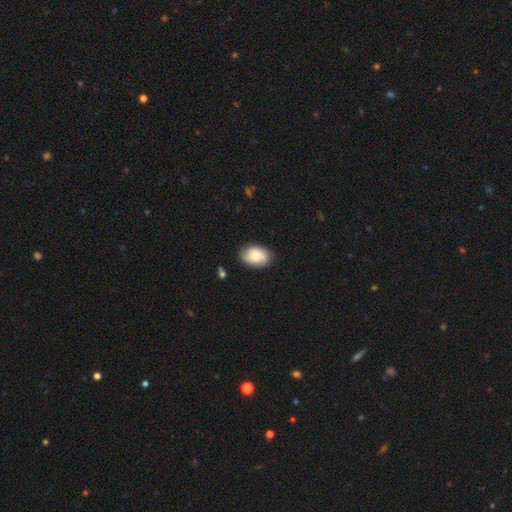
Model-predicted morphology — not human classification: smooth 54%, featured or disk 38%, star or artifact 7%. Down the decision tree: how rounded — in between (80%); merging — none (78%).